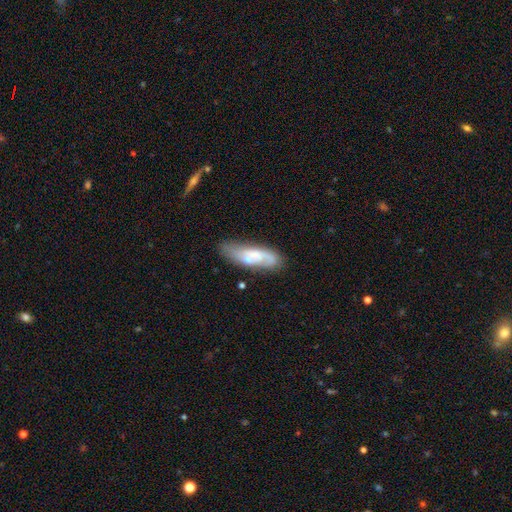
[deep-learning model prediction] Smooth or featured?
  - featured or disk: 48% *
  - smooth: 45%
  - star or artifact: 7%
Merging?
  - none: 60% *
  - minor disturbance: 24%
  - major disturbance: 9%
  - merger: 8%